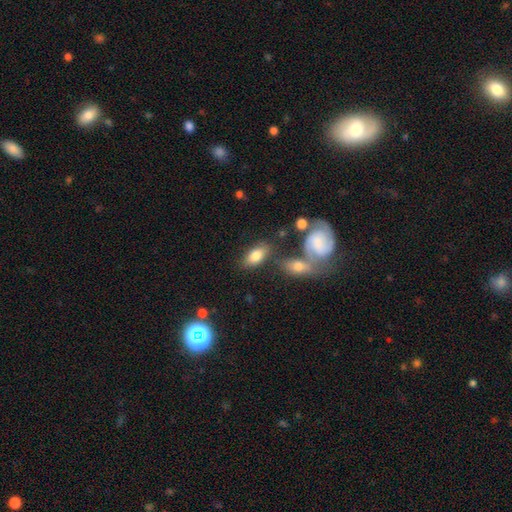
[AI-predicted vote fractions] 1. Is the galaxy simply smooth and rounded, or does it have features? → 77% smooth, 16% featured or disk, 7% star or artifact.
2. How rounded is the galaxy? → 90% in between, 6% round, 4% cigar-shaped.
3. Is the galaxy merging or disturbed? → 68% none, 14% minor disturbance, 13% merger, 5% major disturbance.